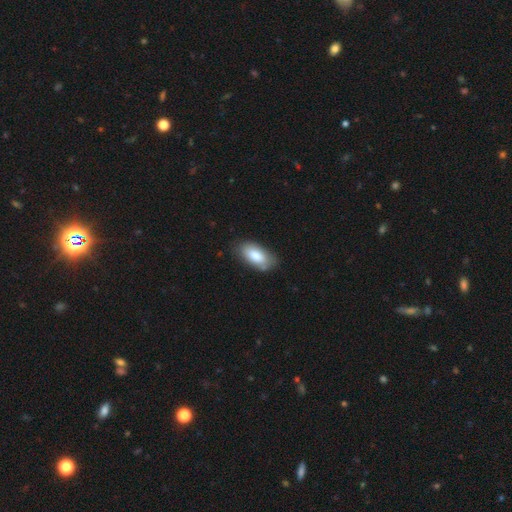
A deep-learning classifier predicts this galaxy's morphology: smooth_or_featured: smooth (p=0.81) [alt: featured or disk p=0.13]
how_rounded: in between (p=0.93) [alt: cigar-shaped p=0.05]
merging: none (p=0.77) [alt: minor disturbance p=0.18]